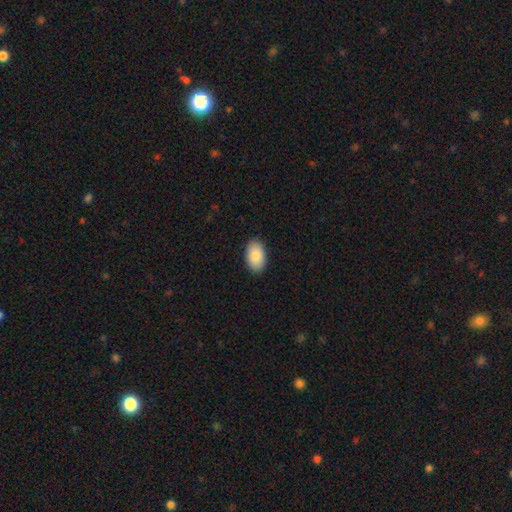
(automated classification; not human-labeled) Smooth or featured? smooth (88%)
How rounded? in between (94%)
Merging? none (89%)